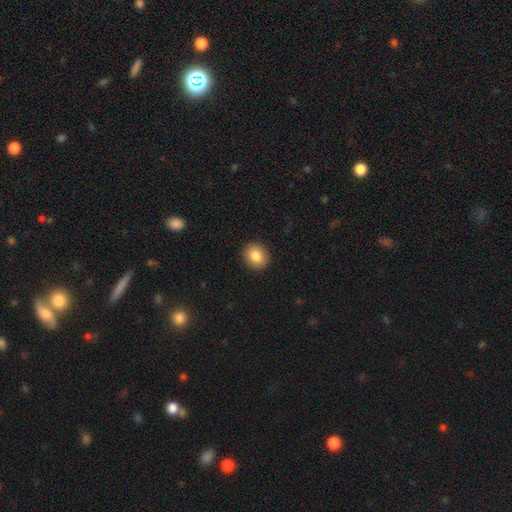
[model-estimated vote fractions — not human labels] A smooth galaxy with no disk features (85%) that is round (74%).

Vote fractions:
- Smooth or featured? smooth: 85% / star or artifact: 8% / featured or disk: 6%
- How rounded? round: 74% / in between: 25% / cigar-shaped: 1%
- Merging? none: 92% / minor disturbance: 6% / major disturbance: 2% / merger: 1%